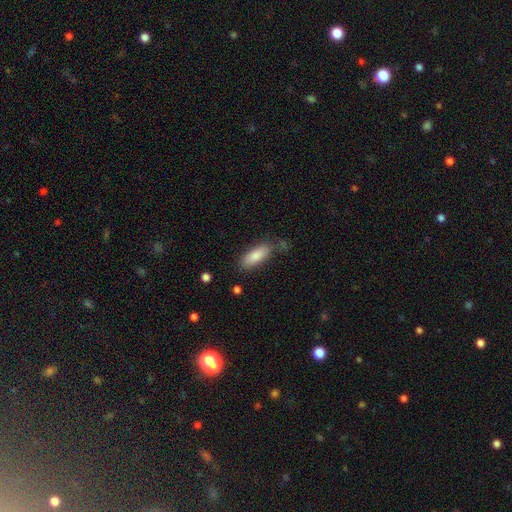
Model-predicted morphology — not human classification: Smooth or featured: smooth — 84% (featured or disk — 10%)
How rounded: in between — 72% (cigar-shaped — 26%)
Merging: none — 73% (minor disturbance — 17%)